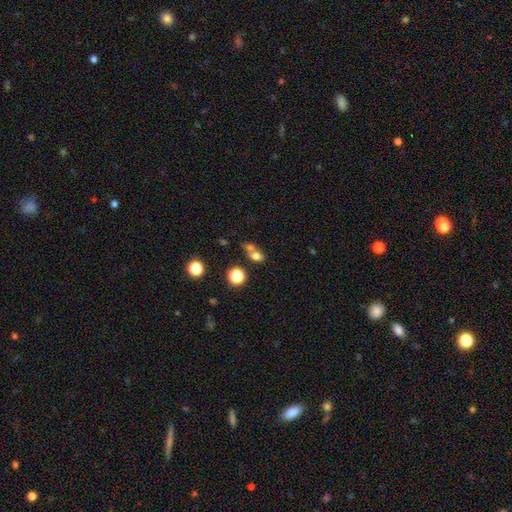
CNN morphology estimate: This appears to be a smooth galaxy with no disk features (72%) that is in between round and cigar-shaped (52%). Merging: merger (50%).